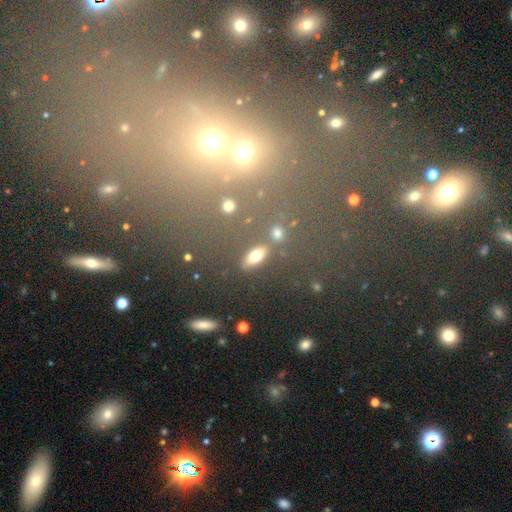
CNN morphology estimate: smooth 71%, featured or disk 15%, star or artifact 14%. Down the decision tree: how rounded — in between (77%); merging — none (80%).